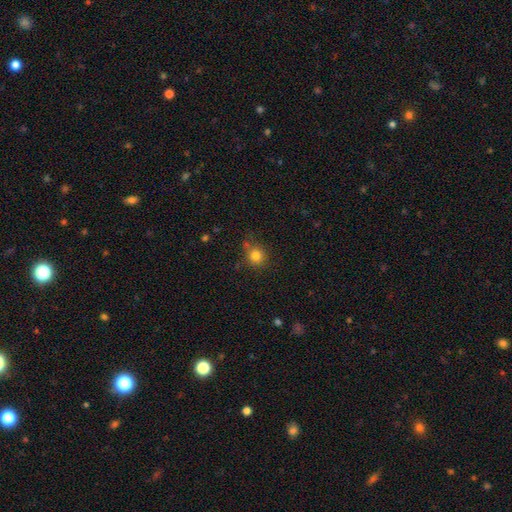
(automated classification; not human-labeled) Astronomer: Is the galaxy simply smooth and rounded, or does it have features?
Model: smooth — 80%.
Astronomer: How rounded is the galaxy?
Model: round — 86%.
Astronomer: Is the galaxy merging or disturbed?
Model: none — 72%.